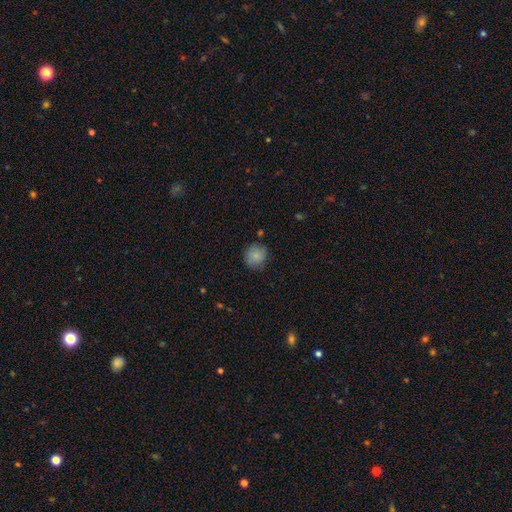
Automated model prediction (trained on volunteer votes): smooth-or-featured: smooth: 82% | featured or disk: 10% | star or artifact: 8%
  how-rounded: round: 87% | in between: 12% | cigar-shaped: 1%
  merging: none: 78% | minor disturbance: 17% | major disturbance: 4% | merger: 2%